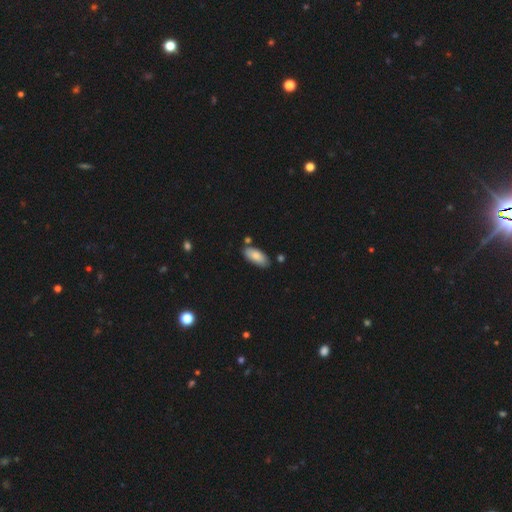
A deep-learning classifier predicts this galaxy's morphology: This is clearly a smooth galaxy (84%). How rounded: clearly in between (87%). Merging: likely none (78%).